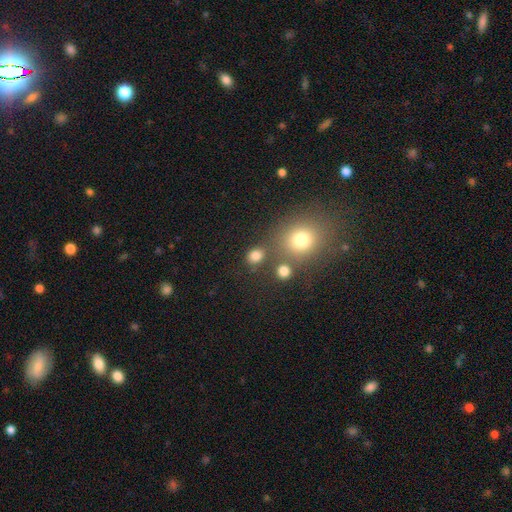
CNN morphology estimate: A smooth galaxy with no disk features (79%) that is round (69%). Merging: none (71%).